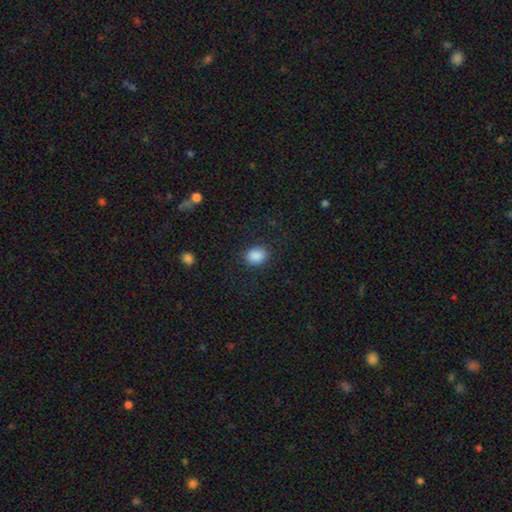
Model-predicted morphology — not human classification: Overall: smooth (88%). How rounded: in between (51%; round 48%). Merging: none (86%).